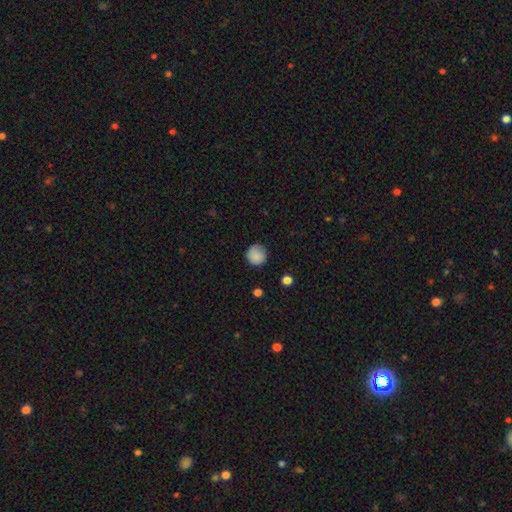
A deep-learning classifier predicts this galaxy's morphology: Smooth or featured: smooth — 84% (star or artifact — 8%)
How rounded: round — 93% (in between — 6%)
Merging: none — 81% (minor disturbance — 15%)